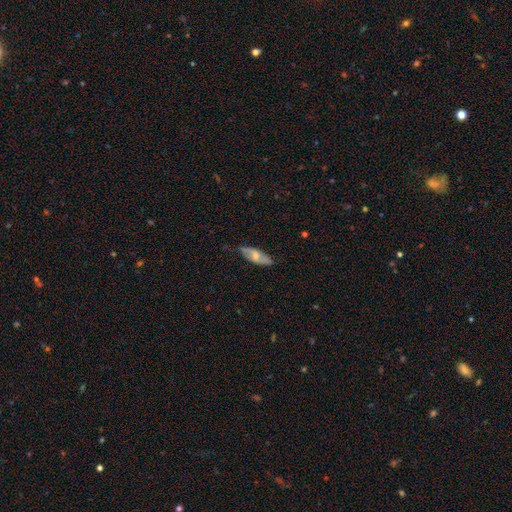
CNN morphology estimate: A smooth galaxy with no disk features (48%).

Vote fractions:
- Smooth or featured? smooth: 48% / featured or disk: 46% / star or artifact: 6%
- Merging? none: 71% / minor disturbance: 23% / major disturbance: 5% / merger: 1%